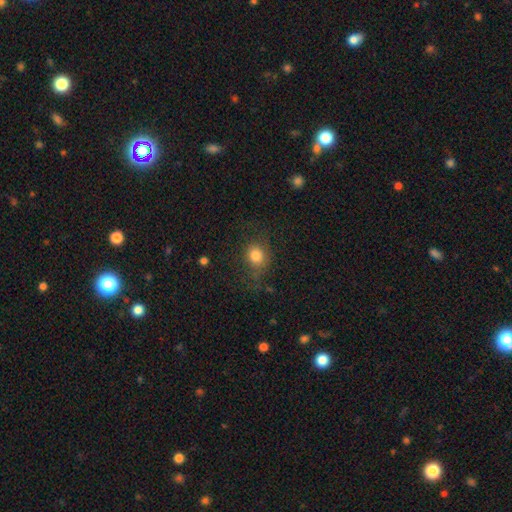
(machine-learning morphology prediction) Q: Smooth or featured?
A: smooth (80%); runner-up: star or artifact (11%)
Q: How rounded?
A: round (71%); runner-up: in between (28%)
Q: Merging?
A: none (66%); runner-up: minor disturbance (20%)